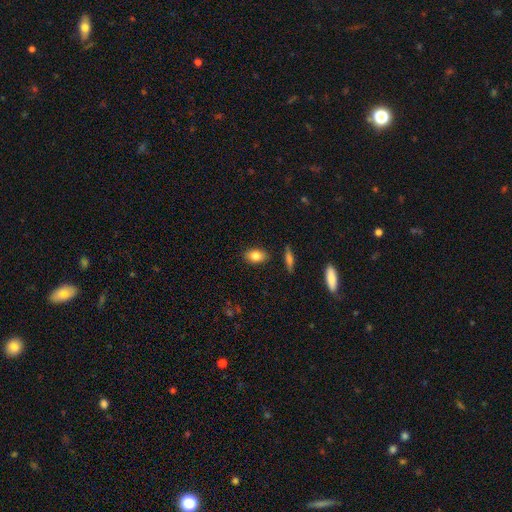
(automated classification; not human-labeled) A smooth galaxy with no disk features (82%) that is in between round and cigar-shaped (84%).

Vote fractions:
- Smooth or featured? smooth: 82% / featured or disk: 10% / star or artifact: 8%
- How rounded? in between: 84% / round: 14% / cigar-shaped: 3%
- Merging? none: 86% / minor disturbance: 9% / major disturbance: 2% / merger: 2%